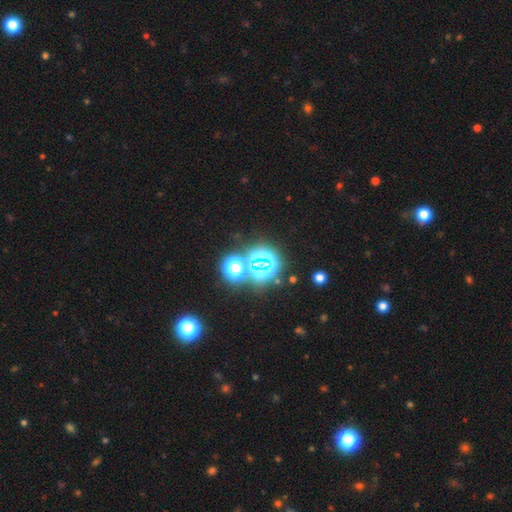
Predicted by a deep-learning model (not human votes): Smooth or featured? Predicted: star or artifact (p=0.80).